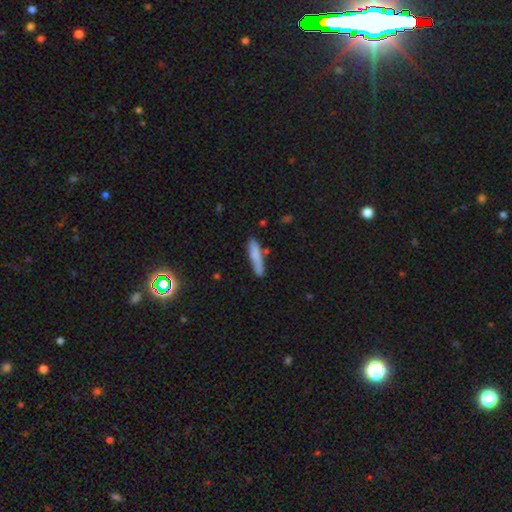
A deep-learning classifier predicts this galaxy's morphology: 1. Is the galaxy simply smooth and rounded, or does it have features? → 79% smooth, 14% featured or disk, 7% star or artifact.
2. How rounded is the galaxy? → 86% cigar-shaped, 13% in between, 1% round.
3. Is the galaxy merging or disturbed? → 74% none, 17% minor disturbance, 6% merger, 3% major disturbance.